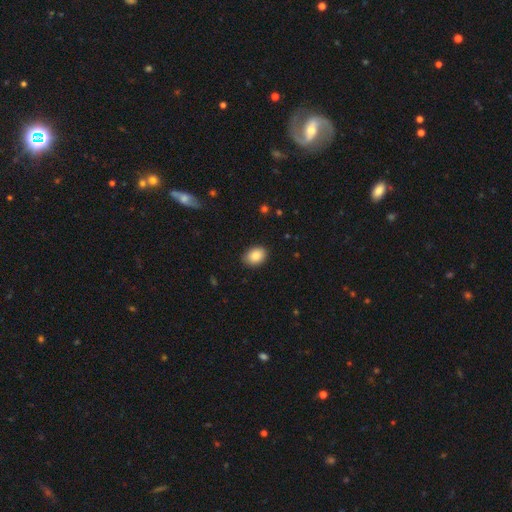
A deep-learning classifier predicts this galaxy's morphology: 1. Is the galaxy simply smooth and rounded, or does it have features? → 87% smooth, 8% star or artifact, 5% featured or disk.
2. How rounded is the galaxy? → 69% in between, 30% round, 1% cigar-shaped.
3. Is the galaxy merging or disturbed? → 86% none, 11% minor disturbance, 2% major disturbance, 1% merger.